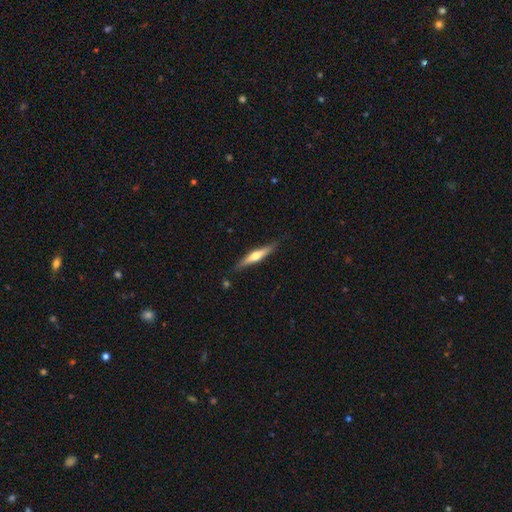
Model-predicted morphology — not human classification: Overall: featured or disk (56%; smooth 39%). Edge-on disk: yes (96%). Edge-on bulge: rounded (88%). Merging: none (84%).